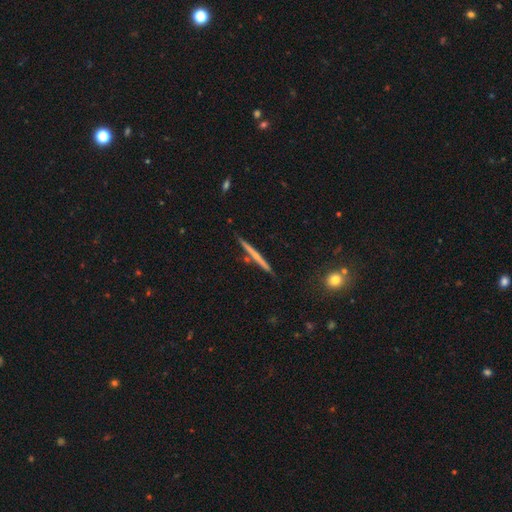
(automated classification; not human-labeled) Smooth or featured? Predicted: featured or disk (p=0.55). Edge-on disk? Predicted: yes (p=0.97). Edge-on bulge? Predicted: none (p=0.74). Merging? Predicted: none (p=0.88).